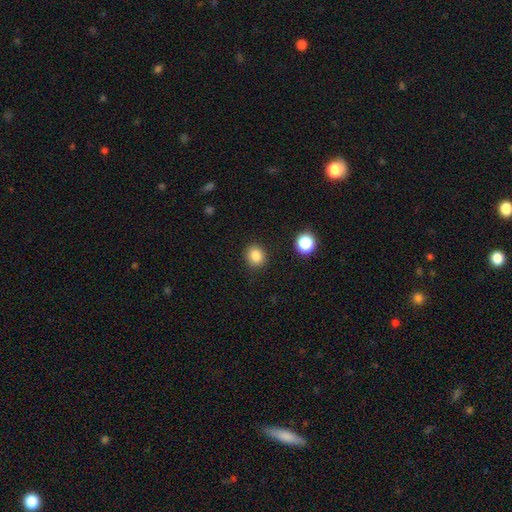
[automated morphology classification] A smooth galaxy with no disk features (84%) that is round (75%). Merging: none (88%).